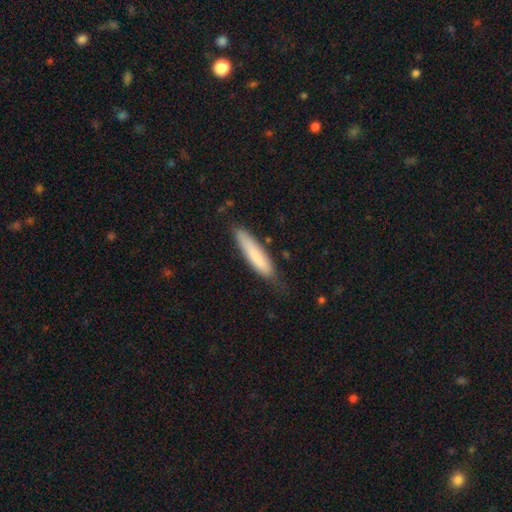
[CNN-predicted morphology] Smooth or featured: smooth — 80% (featured or disk — 14%)
How rounded: cigar-shaped — 84% (in between — 14%)
Merging: none — 68% (minor disturbance — 25%)